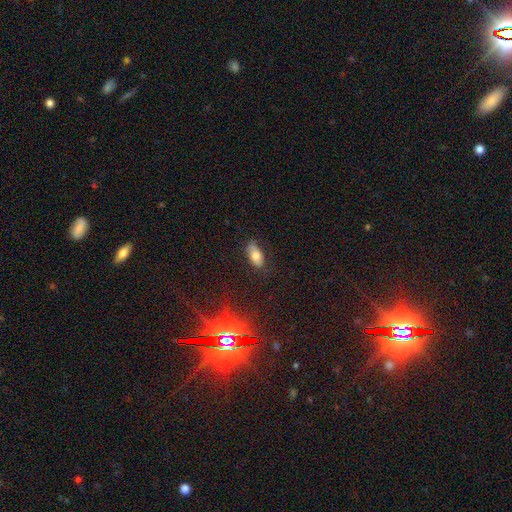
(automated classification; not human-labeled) This appears to be a smooth galaxy with no disk features (73%) that is in between round and cigar-shaped (88%). Merging: none (74%).